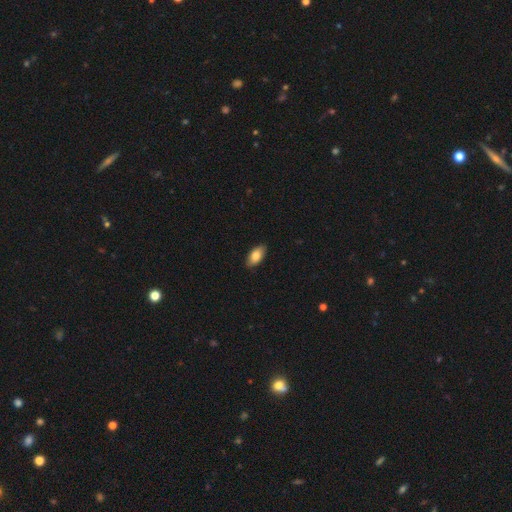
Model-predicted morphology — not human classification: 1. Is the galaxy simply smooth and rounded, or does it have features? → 84% smooth, 10% featured or disk, 6% star or artifact.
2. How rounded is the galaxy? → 92% in between, 5% cigar-shaped, 3% round.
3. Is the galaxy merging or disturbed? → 88% none, 9% minor disturbance, 2% major disturbance, 1% merger.